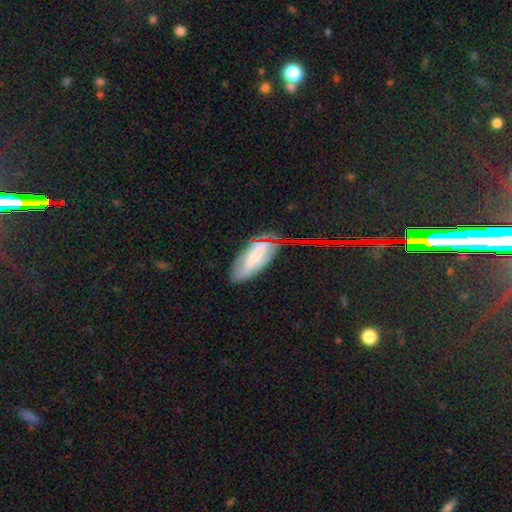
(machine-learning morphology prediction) Smooth or featured?
  - smooth: 48% *
  - featured or disk: 39%
  - star or artifact: 13%
Merging?
  - none: 68% *
  - minor disturbance: 23%
  - major disturbance: 6%
  - merger: 3%